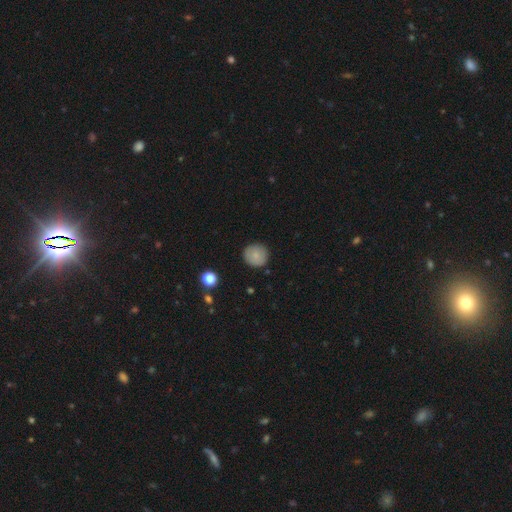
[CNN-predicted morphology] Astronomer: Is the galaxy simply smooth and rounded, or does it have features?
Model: smooth — 84%.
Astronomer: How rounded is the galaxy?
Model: round — 94%.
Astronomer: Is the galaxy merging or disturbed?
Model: none — 89%.